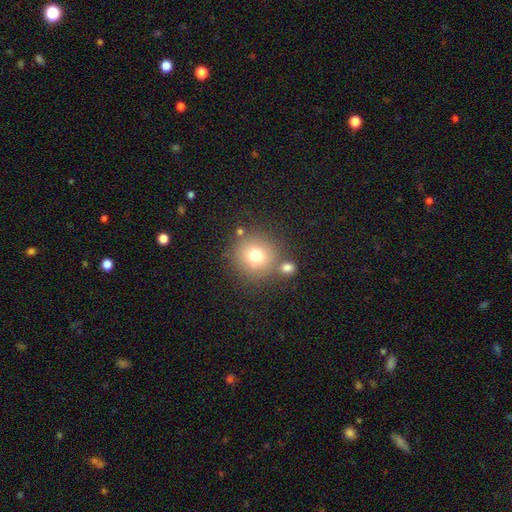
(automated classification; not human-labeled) Smooth or featured: smooth — 74% (star or artifact — 13%)
How rounded: round — 93% (in between — 6%)
Merging: none — 75% (merger — 12%)